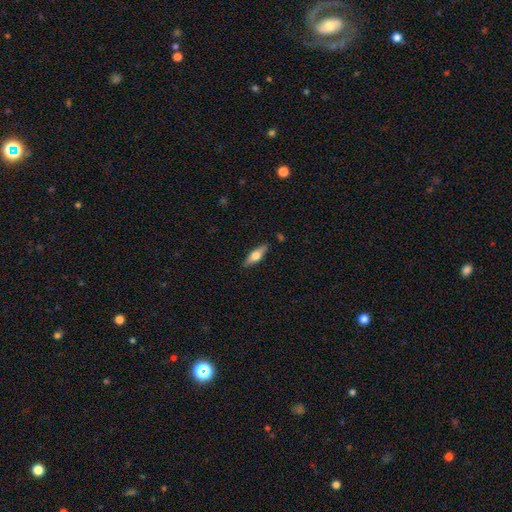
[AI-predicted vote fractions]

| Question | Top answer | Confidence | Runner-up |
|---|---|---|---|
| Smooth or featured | smooth | 48% | featured or disk (46%) |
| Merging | none | 86% | minor disturbance (11%) |